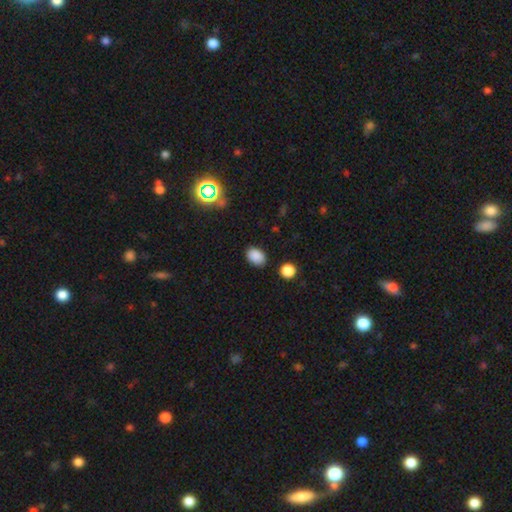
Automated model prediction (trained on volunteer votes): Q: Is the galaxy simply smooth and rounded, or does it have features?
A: smooth — 86%.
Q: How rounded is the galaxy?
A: in between — 81%.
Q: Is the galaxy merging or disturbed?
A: none — 84%.